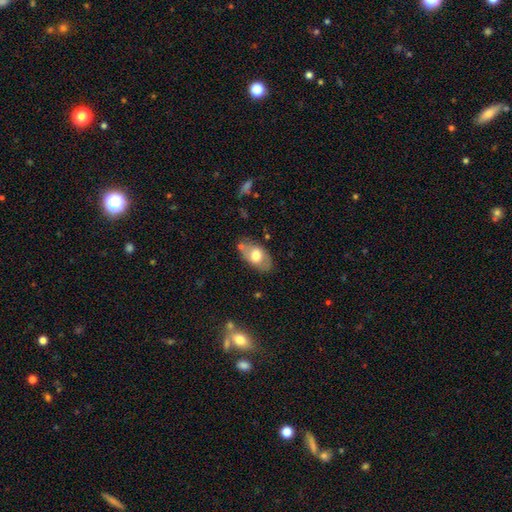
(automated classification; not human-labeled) Q: Smooth or featured?
A: smooth (63%); runner-up: featured or disk (31%)
Q: How rounded?
A: in between (91%); runner-up: round (7%)
Q: Merging?
A: none (71%); runner-up: minor disturbance (18%)